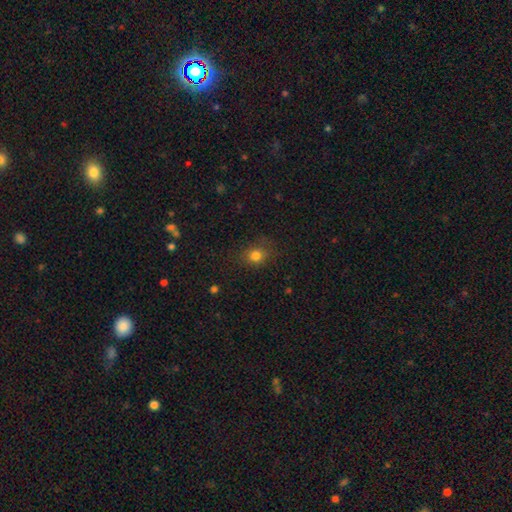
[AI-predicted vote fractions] This appears to be a smooth galaxy with no disk features (79%) that is round (68%). Merging: none (79%).